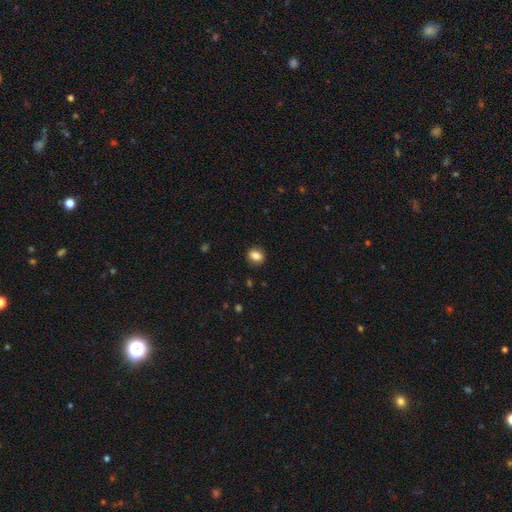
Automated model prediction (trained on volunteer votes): smooth 85%, star or artifact 9%, featured or disk 6%. Down the decision tree: how rounded — round (54%); merging — none (89%).